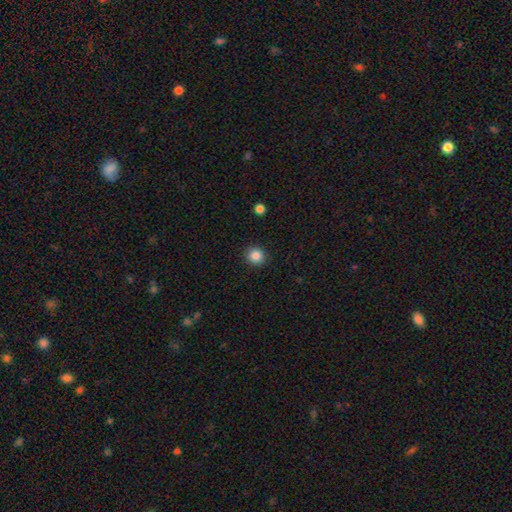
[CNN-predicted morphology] Q: Smooth or featured?
A: smooth (86%); runner-up: star or artifact (10%)
Q: How rounded?
A: round (90%); runner-up: in between (9%)
Q: Merging?
A: none (91%); runner-up: minor disturbance (6%)